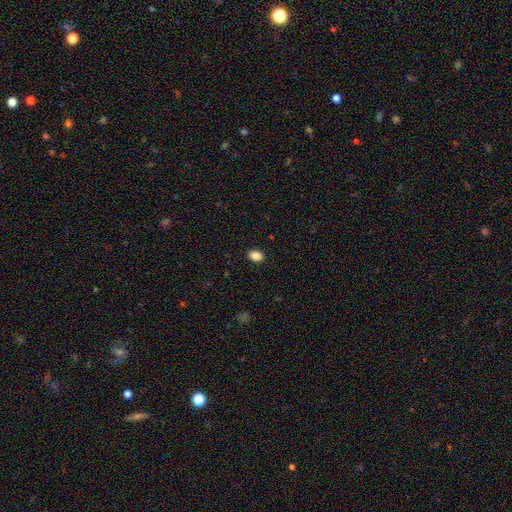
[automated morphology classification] A smooth galaxy with no disk features (87%) that is in between round and cigar-shaped (80%).

Vote fractions:
- Smooth or featured? smooth: 87% / star or artifact: 9% / featured or disk: 4%
- How rounded? in between: 80% / round: 19% / cigar-shaped: 1%
- Merging? none: 90% / minor disturbance: 7% / major disturbance: 2% / merger: 1%